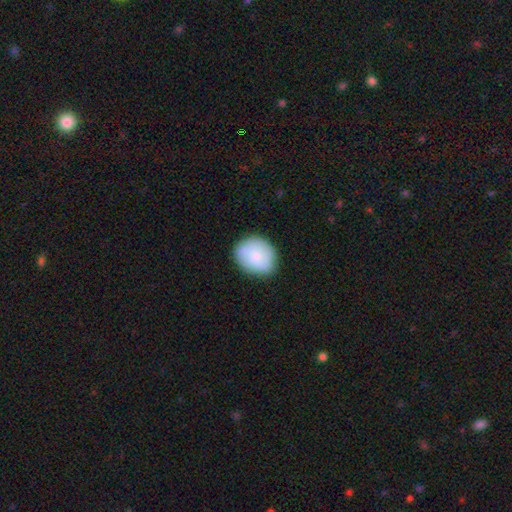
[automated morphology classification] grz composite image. It shows a smooth galaxy with no disk features (75%) that is round (60%). Merging: none (82%).